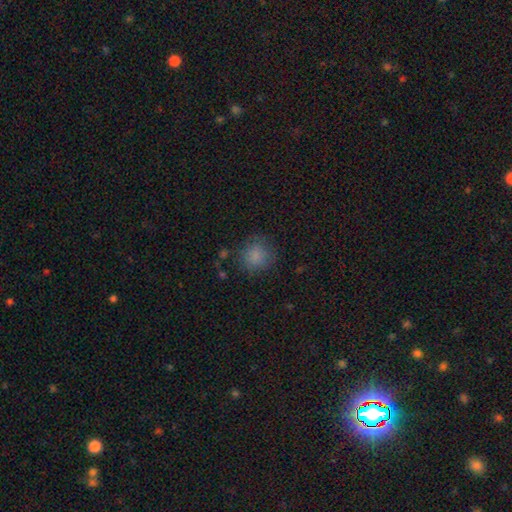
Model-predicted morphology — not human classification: The model was most divided on "merging": none: 79%, minor disturbance: 14%, major disturbance: 5%, merger: 2%. More confident: how rounded — round (88%); smooth or featured — smooth (83%).